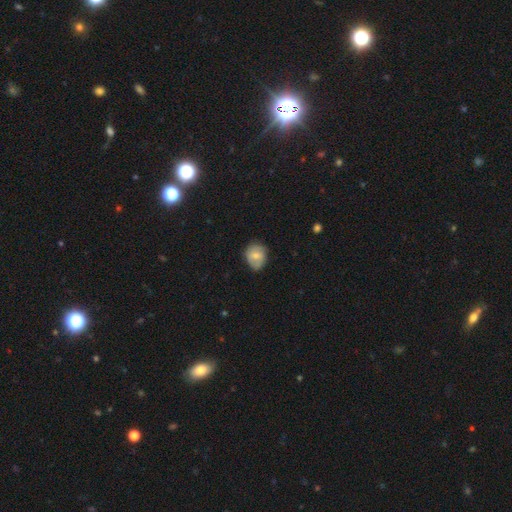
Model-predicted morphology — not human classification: smooth 65%, featured or disk 27%, star or artifact 8%. Down the decision tree: how rounded — round (56%); merging — none (67%).